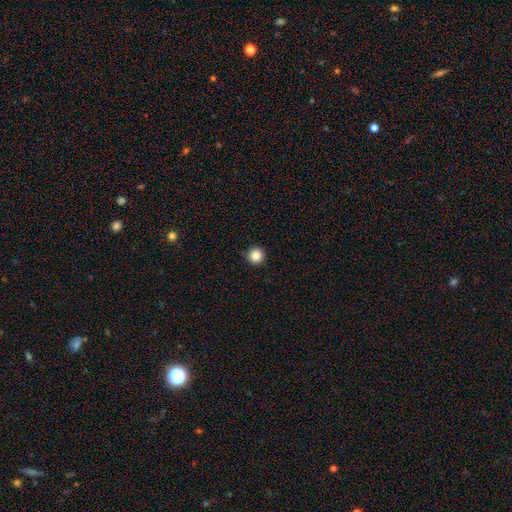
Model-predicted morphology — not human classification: A smooth galaxy with no disk features (86%) that is round (97%). Merging: none (92%).